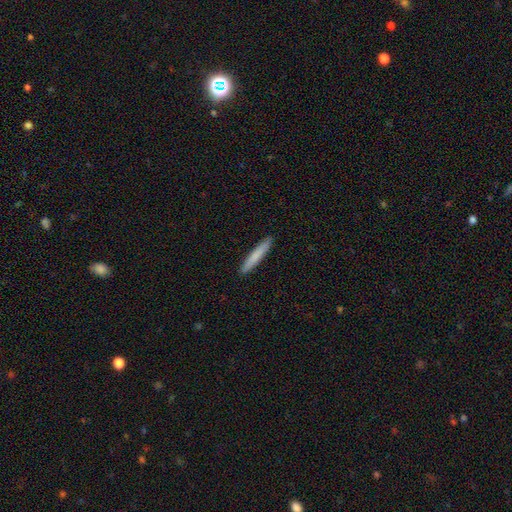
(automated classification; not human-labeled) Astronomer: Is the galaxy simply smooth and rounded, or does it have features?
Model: smooth — 76%.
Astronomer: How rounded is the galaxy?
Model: cigar-shaped — 96%.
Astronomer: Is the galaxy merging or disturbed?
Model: none — 92%.